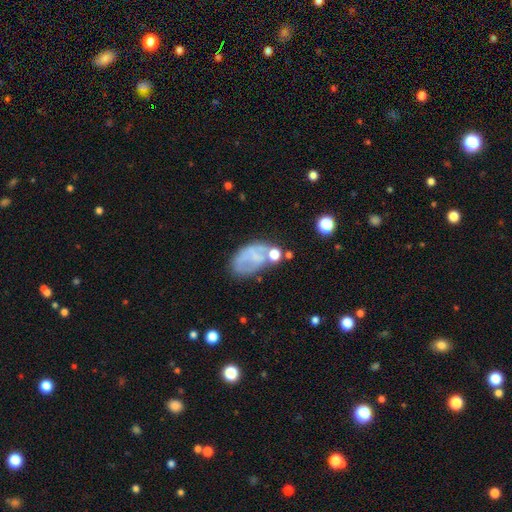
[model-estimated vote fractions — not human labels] This appears to be a smooth galaxy with no disk features (46%). Merging: none (40%).